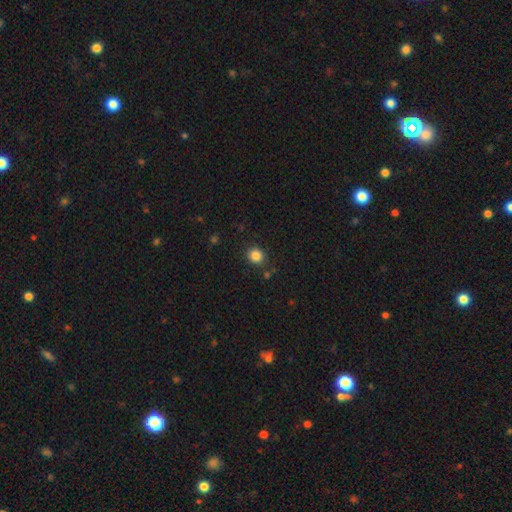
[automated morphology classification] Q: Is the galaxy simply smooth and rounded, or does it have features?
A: smooth — 85%.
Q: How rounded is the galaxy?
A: round — 80%.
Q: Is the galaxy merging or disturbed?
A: none — 87%.